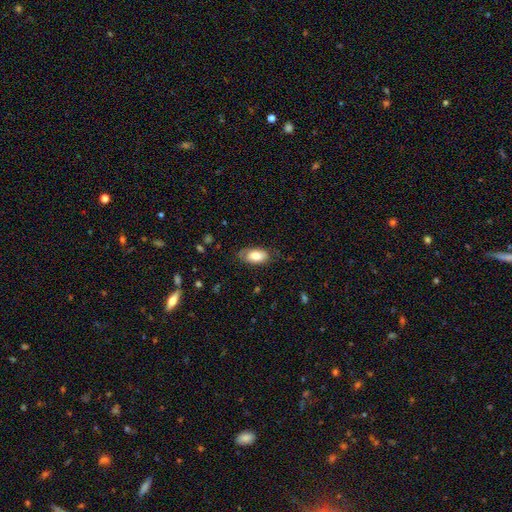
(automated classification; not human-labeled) A smooth galaxy with no disk features (76%) that is in between round and cigar-shaped (93%).

Vote fractions:
- Smooth or featured? smooth: 76% / featured or disk: 18% / star or artifact: 7%
- How rounded? in between: 93% / round: 4% / cigar-shaped: 3%
- Merging? none: 70% / minor disturbance: 22% / major disturbance: 7% / merger: 1%